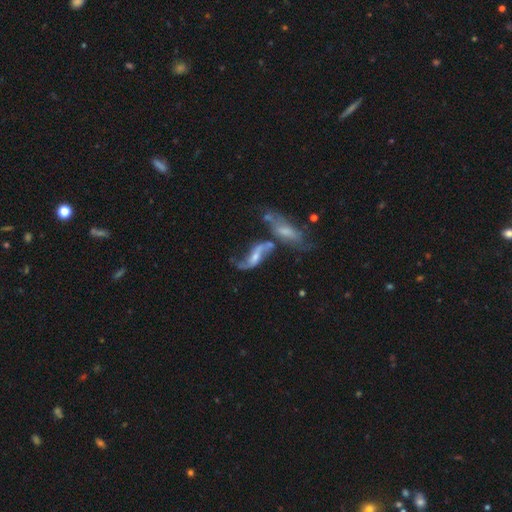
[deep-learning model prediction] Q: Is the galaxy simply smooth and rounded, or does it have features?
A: featured or disk — 77%.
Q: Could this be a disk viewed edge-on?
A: no — 87%.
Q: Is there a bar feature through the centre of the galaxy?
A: no — 39%, tied with weak.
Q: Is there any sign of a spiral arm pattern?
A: yes — 89%.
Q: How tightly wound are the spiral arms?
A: loose — 82%.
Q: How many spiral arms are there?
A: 2 — 86%.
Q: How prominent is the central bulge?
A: small — 42%.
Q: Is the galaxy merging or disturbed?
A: merger — 40%.